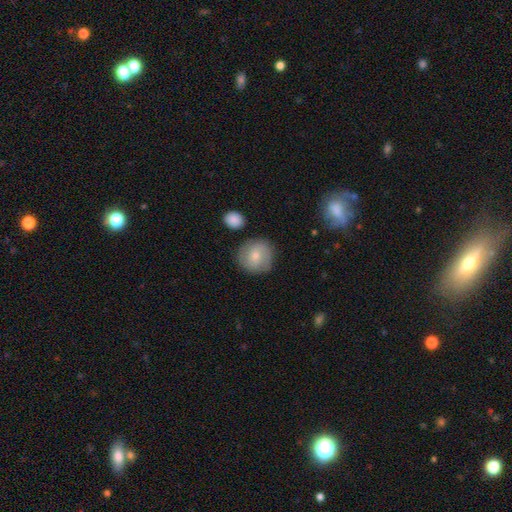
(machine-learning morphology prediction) A smooth galaxy with no disk features (66%) that is round (90%). Merging: none (79%).